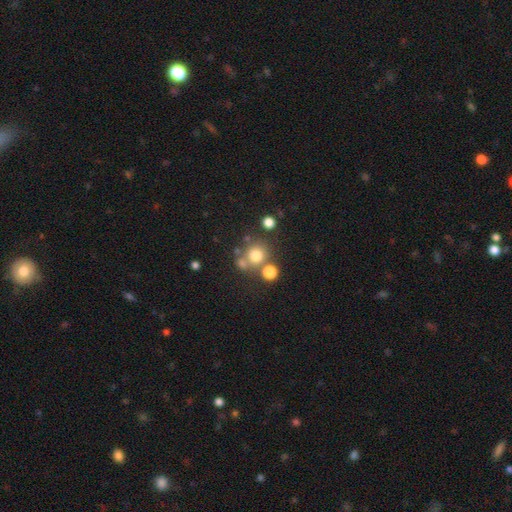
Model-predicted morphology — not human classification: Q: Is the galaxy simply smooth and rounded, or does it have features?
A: smooth — 72%.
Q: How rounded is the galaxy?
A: round — 87%.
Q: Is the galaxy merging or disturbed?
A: none — 63%.